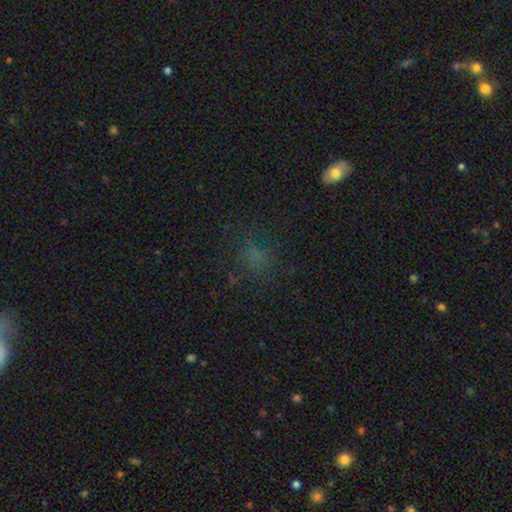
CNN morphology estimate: This is possibly a smooth galaxy (57%). How rounded: likely round (63%). Merging: likely none (70%).